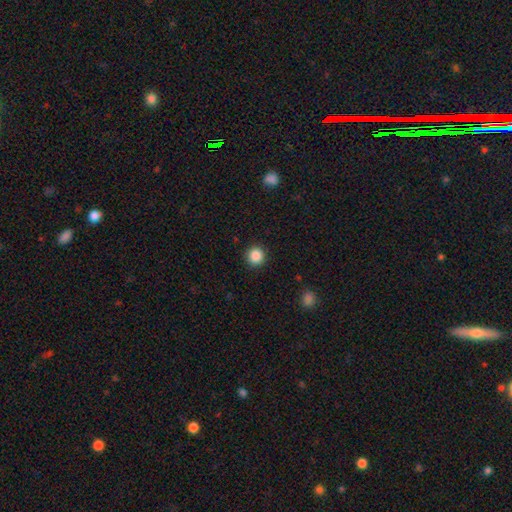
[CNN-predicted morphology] type=smooth (87%); roundness=round (94%); merging=none (92%).